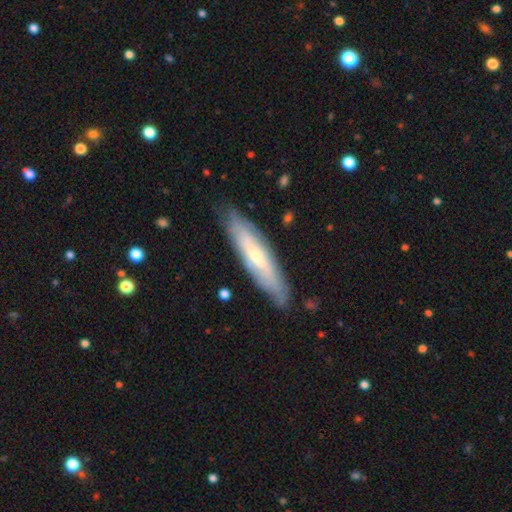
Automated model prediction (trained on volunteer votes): The model was most divided on "edge-on disk" (2-way tie): no: 50%, yes: 50%. More confident: merging — none (81%); smooth or featured — featured or disk (58%).